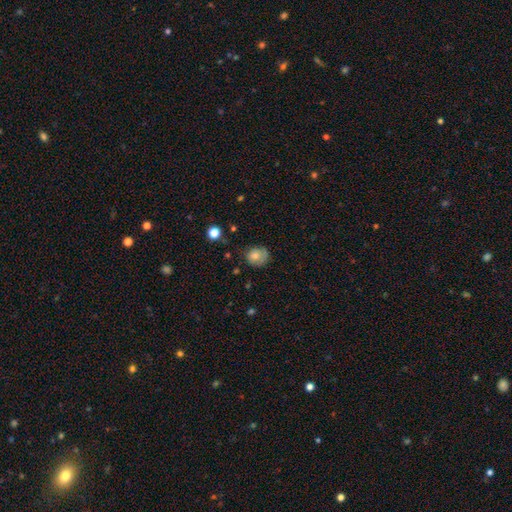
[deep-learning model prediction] Morphology: type=smooth (73%); roundness=round (67%); merging=none (56%).